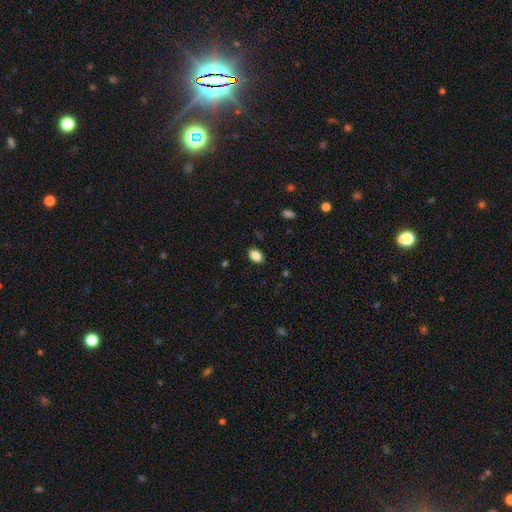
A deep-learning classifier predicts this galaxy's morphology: The model was most divided on "how rounded": in between: 88%, round: 11%, cigar-shaped: 1%. More confident: smooth or featured — smooth (87%); merging — none (87%).